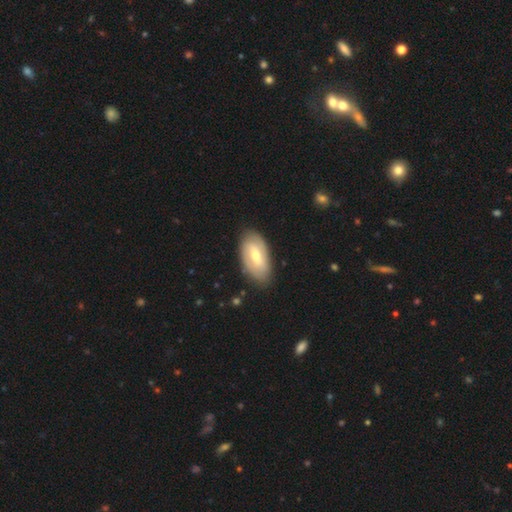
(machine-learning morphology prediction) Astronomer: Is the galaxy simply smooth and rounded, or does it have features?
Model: featured or disk — 53% (runner-up: smooth, 41%).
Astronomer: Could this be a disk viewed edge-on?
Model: no — 91%.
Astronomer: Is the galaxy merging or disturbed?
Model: none — 82%.